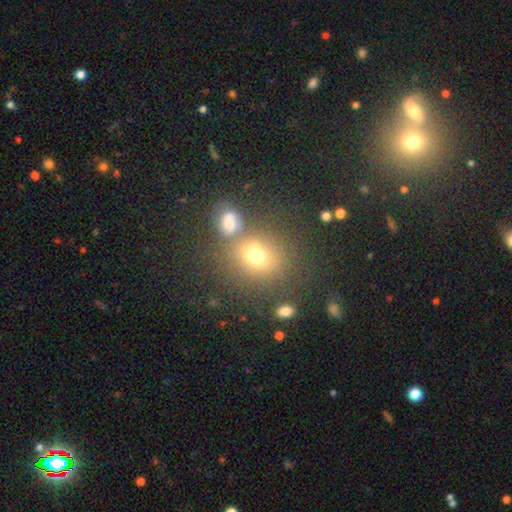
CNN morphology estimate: A smooth galaxy with no disk features (71%) that is round (64%). Merging: none (59%).